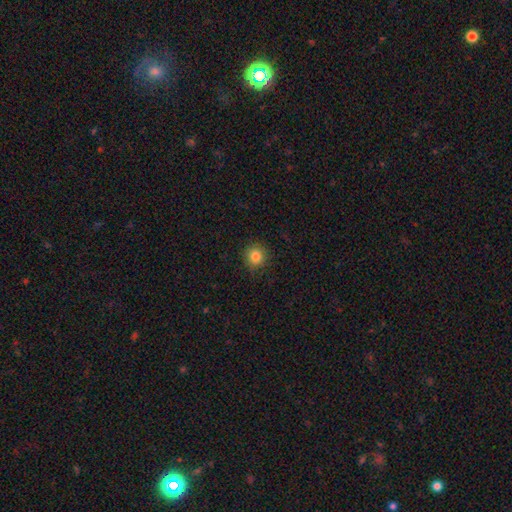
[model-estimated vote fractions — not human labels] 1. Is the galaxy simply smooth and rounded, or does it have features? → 83% smooth, 11% star or artifact, 6% featured or disk.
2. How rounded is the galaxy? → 92% round, 7% in between, 1% cigar-shaped.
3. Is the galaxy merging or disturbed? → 87% none, 9% minor disturbance, 3% major disturbance, 1% merger.